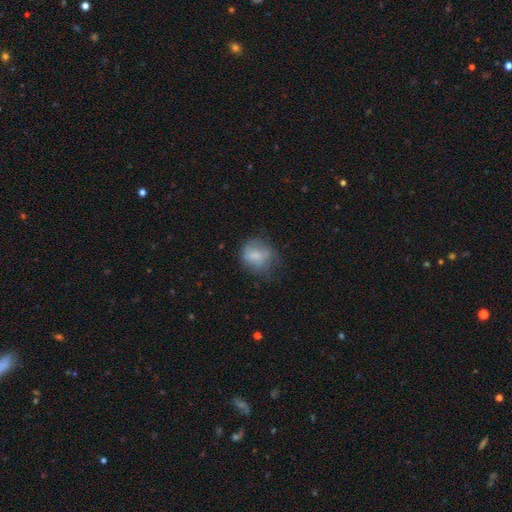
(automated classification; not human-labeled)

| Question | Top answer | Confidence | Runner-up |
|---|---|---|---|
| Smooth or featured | smooth | 69% | featured or disk (21%) |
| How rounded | round | 61% | in between (38%) |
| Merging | none | 47% | minor disturbance (31%) |